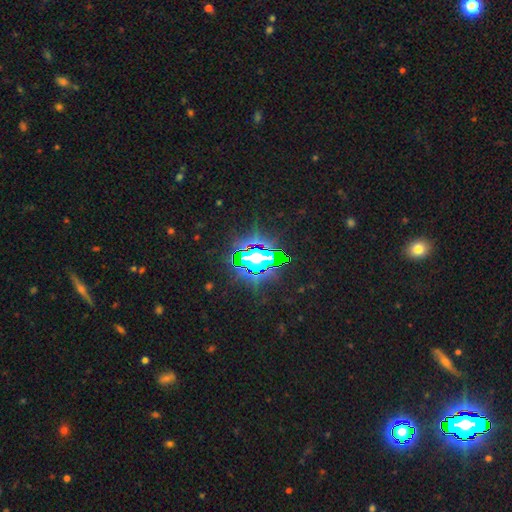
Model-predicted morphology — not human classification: This appears to be a star or artifact, not a galaxy (81%).